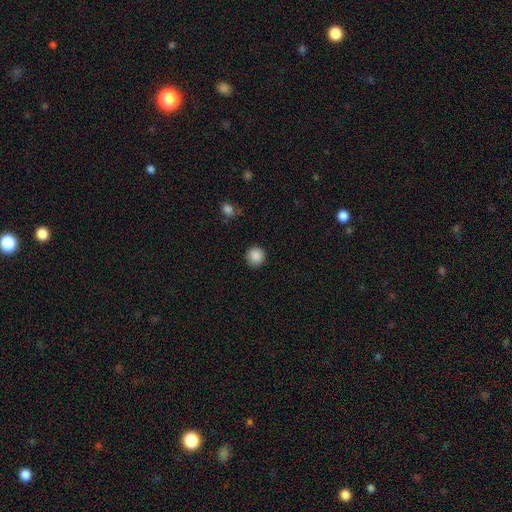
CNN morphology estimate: A smooth galaxy with no disk features (88%) that is round (94%). Merging: none (90%).